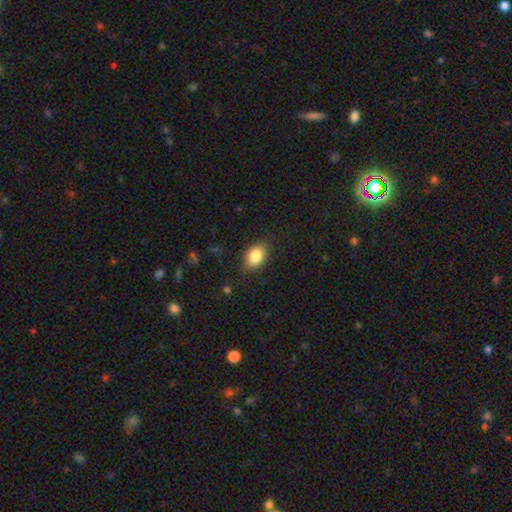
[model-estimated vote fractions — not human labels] A smooth galaxy with no disk features (85%) that is in between round and cigar-shaped (84%). Merging: none (82%).